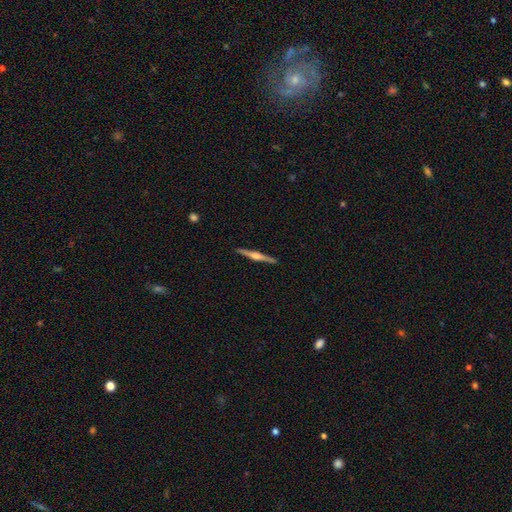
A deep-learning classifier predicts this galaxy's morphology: type=featured or disk (77%); edge-on=yes (98%); edge-on bulge=rounded (85%); merging=none (92%).